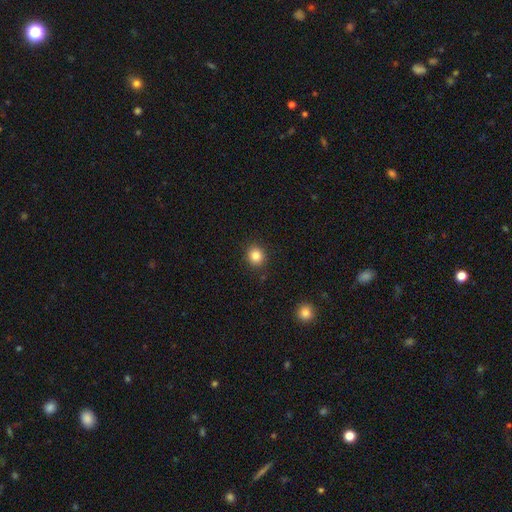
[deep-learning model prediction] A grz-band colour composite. It shows a smooth galaxy with no disk features (84%) that is round (85%). Merging: none (90%).